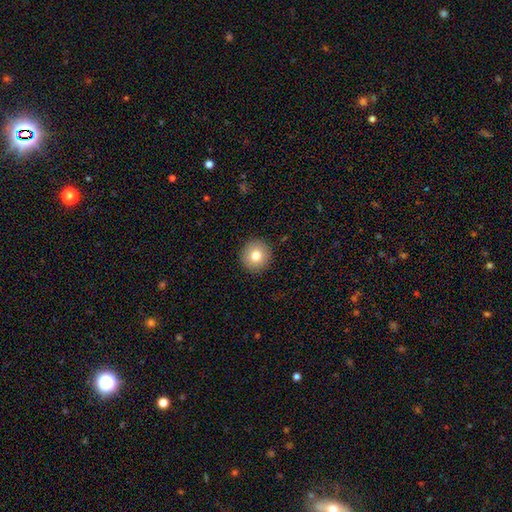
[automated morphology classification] The model was most divided on "smooth or featured": smooth: 78%, featured or disk: 12%, star or artifact: 10%. More confident: how rounded — round (94%); merging — none (92%).